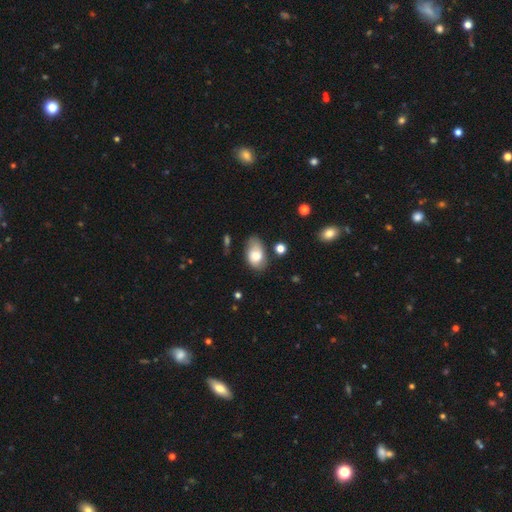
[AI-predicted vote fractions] The model was most divided on "merging": none: 50%, minor disturbance: 33%, major disturbance: 12%, merger: 5%. More confident: how rounded — in between (90%); smooth or featured — smooth (74%).